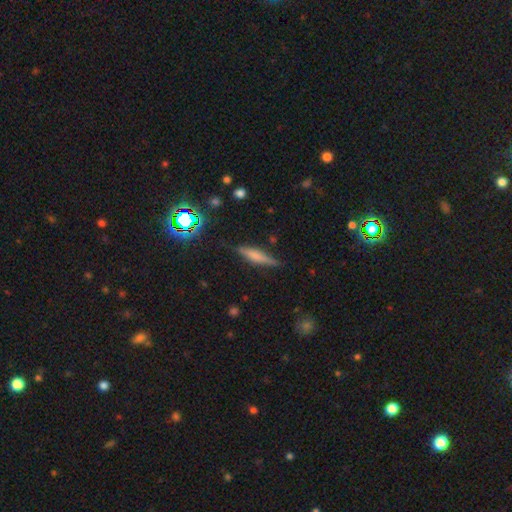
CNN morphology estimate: A smooth galaxy with no disk features (49%).

Vote fractions:
- Smooth or featured? smooth: 49% / featured or disk: 40% / star or artifact: 11%
- Merging? none: 81% / minor disturbance: 14% / major disturbance: 3% / merger: 2%